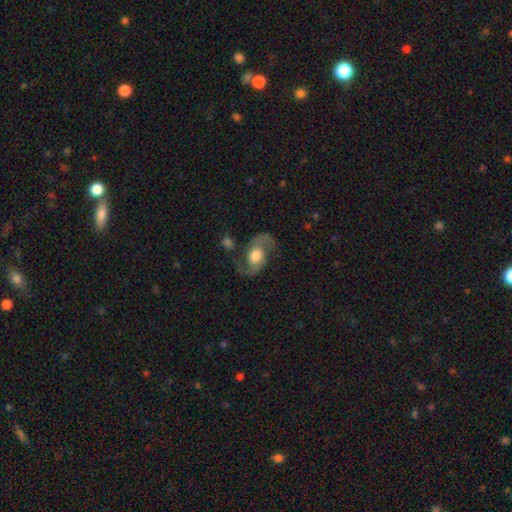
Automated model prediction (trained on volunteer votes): smooth-or-featured: featured or disk: 80% | smooth: 14% | star or artifact: 6%
  disk-edge-on: no: 97% | yes: 3%
    bar: no: 65% | weak: 28% | strong: 7%
    has-spiral-arms: yes: 92% | no: 8%
      spiral-winding: loose: 53% | medium: 40% | tight: 8%
      spiral-arm-count: 2: 93% | can't tell: 2% | 1: 2% | 3: 1% | 4: 1% | more than 4: 1%
    bulge-size: moderate: 55% | large: 33% | small: 7% | dominant: 3% | none: 2%
  merging: none: 67% | minor disturbance: 16% | major disturbance: 12% | merger: 4%